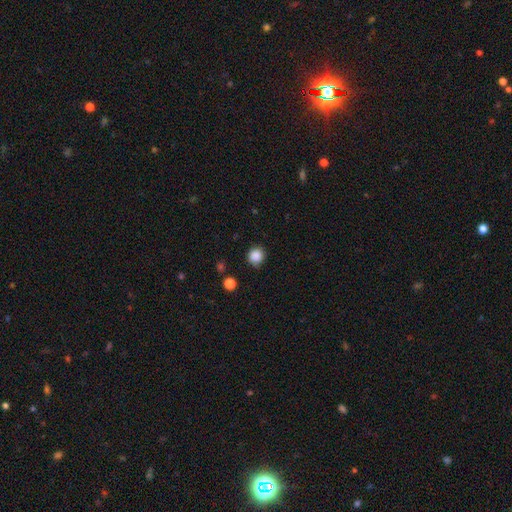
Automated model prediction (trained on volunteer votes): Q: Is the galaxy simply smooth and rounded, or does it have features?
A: smooth — 87%.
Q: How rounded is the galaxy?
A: round — 91%.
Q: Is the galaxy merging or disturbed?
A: none — 82%.